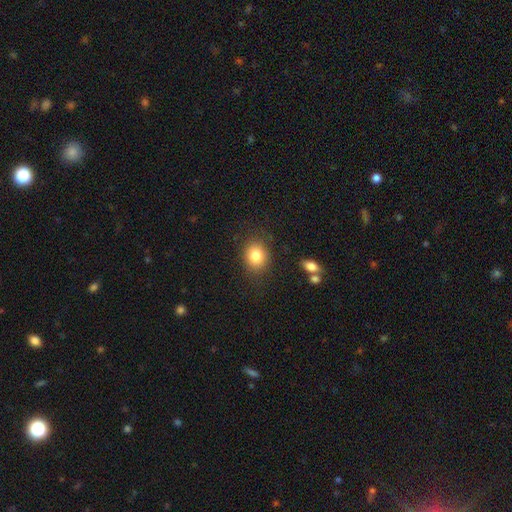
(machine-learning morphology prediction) A smooth galaxy with no disk features (83%) that is round (57%). Merging: none (83%).